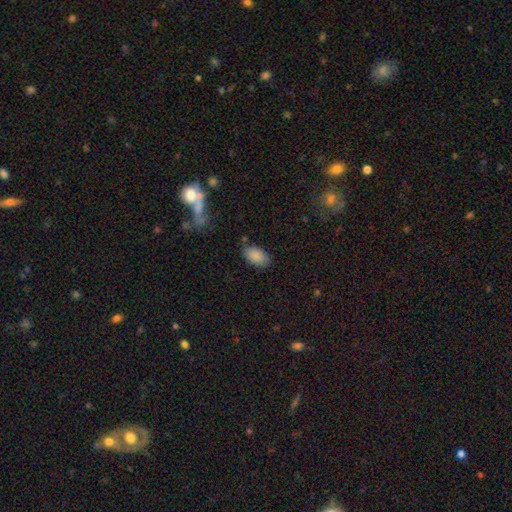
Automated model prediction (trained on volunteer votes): Morphology: type=smooth (86%); roundness=in between (93%); merging=none (79%).